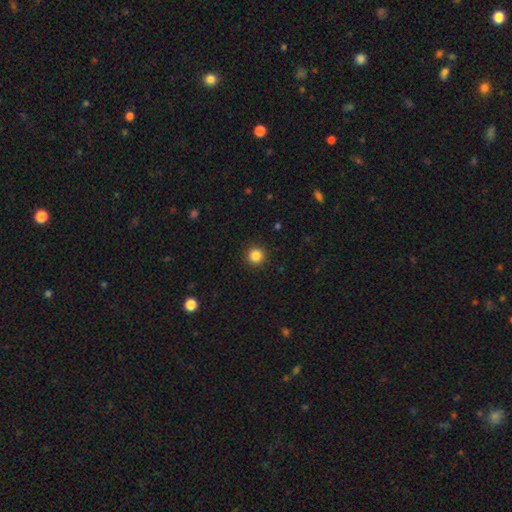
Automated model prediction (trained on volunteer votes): Smooth or featured? smooth (85%)
How rounded? round (95%)
Merging? none (93%)